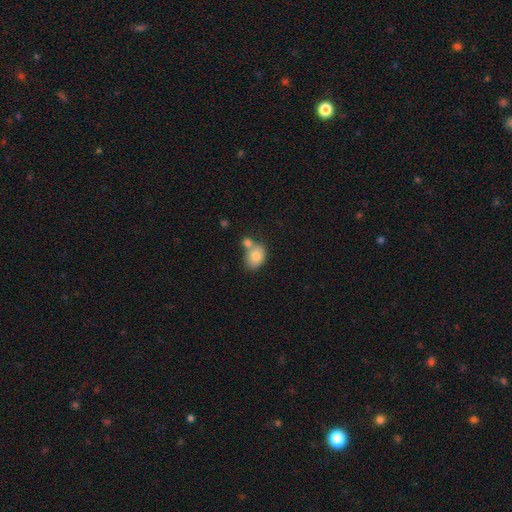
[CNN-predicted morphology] Smooth or featured?
  - smooth: 79% *
  - featured or disk: 13%
  - star or artifact: 8%
How rounded?
  - in between: 61% *
  - round: 38%
  - cigar-shaped: 1%
Merging?
  - none: 42% *
  - merger: 40%
  - minor disturbance: 14%
  - major disturbance: 4%